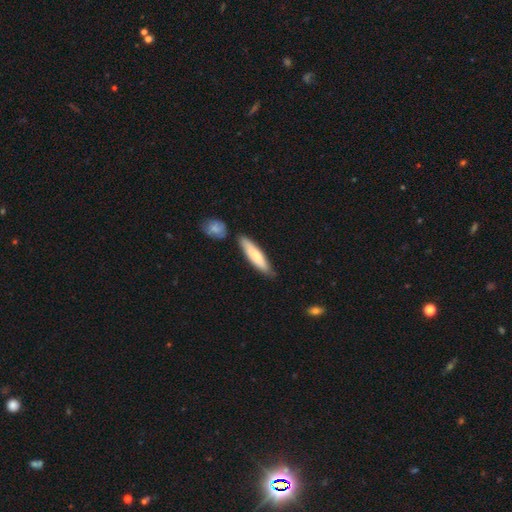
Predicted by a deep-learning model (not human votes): smooth-or-featured: smooth: 74% | featured or disk: 21% | star or artifact: 5%
  how-rounded: cigar-shaped: 77% | in between: 21% | round: 1%
  merging: none: 76% | minor disturbance: 14% | merger: 7% | major disturbance: 3%